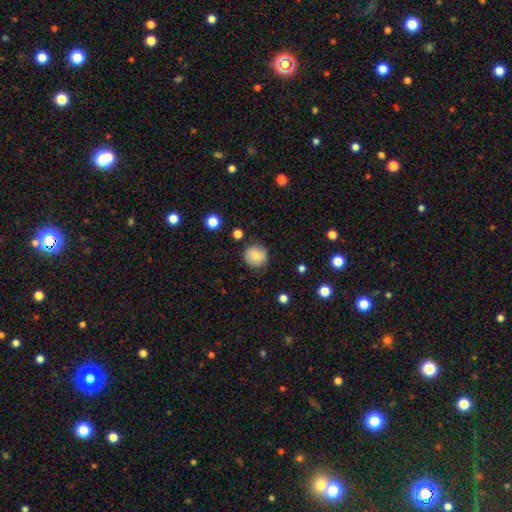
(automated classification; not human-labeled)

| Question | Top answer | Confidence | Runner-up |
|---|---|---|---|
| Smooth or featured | smooth | 74% | featured or disk (17%) |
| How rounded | round | 94% | in between (6%) |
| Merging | none | 86% | minor disturbance (10%) |